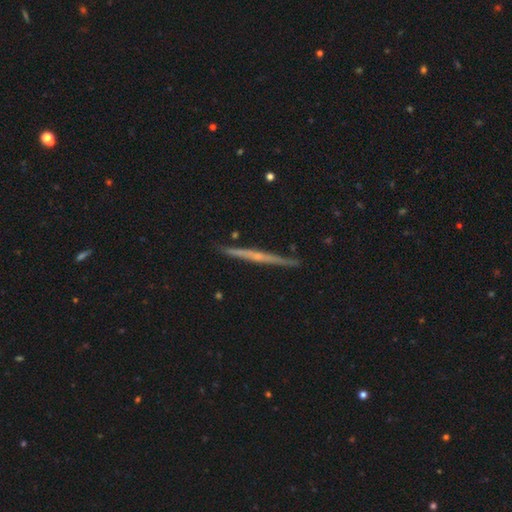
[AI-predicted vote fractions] A featured or disk galaxy (74%) viewed edge-on (98%) with no central bulge (52%). Merging: none (90%).